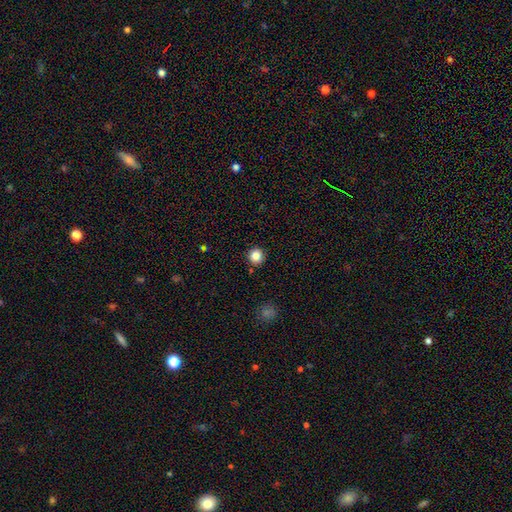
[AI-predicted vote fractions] This is clearly a smooth galaxy (85%). How rounded: clearly round (95%). Merging: clearly none (92%).